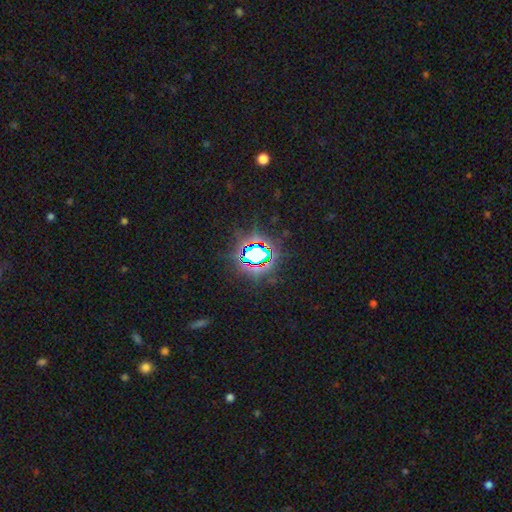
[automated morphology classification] Smooth or featured?
  - star or artifact: 77% *
  - smooth: 14%
  - featured or disk: 9%